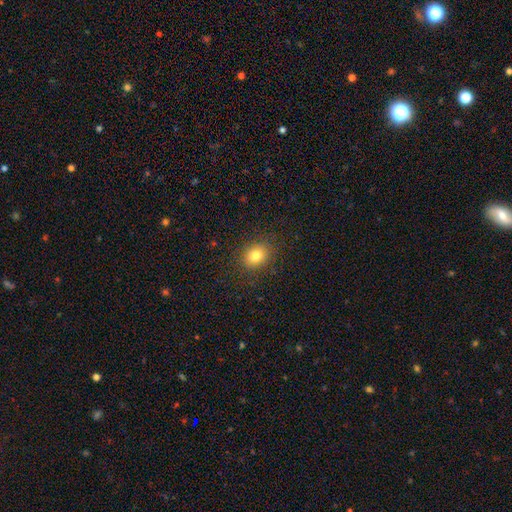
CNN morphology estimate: The model was most divided on "how rounded": round: 54%, in between: 45%, cigar-shaped: 1%. More confident: merging — none (87%); smooth or featured — smooth (80%).